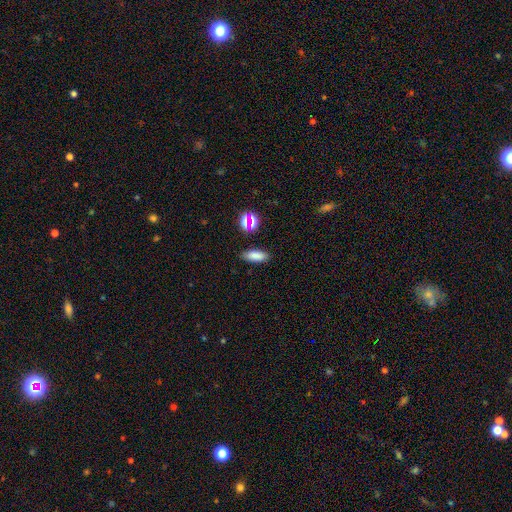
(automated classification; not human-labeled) smooth_or_featured: smooth (p=0.80) [alt: star or artifact p=0.13]
how_rounded: in between (p=0.65) [alt: cigar-shaped p=0.31]
merging: none (p=0.84) [alt: minor disturbance p=0.09]